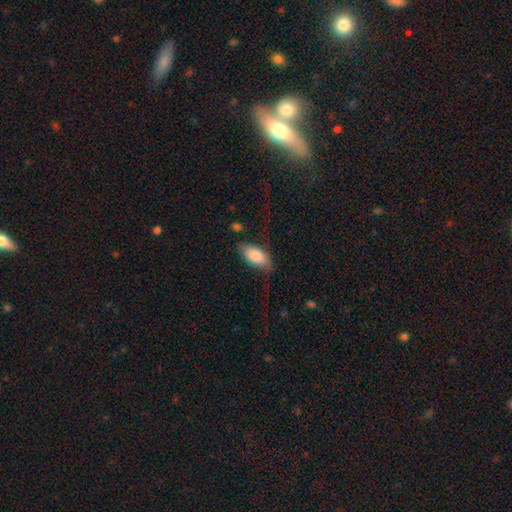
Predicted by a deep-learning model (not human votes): The model was most divided on "merging": none: 57%, minor disturbance: 26%, major disturbance: 15%, merger: 3%. More confident: how rounded — in between (91%); smooth or featured — smooth (80%).